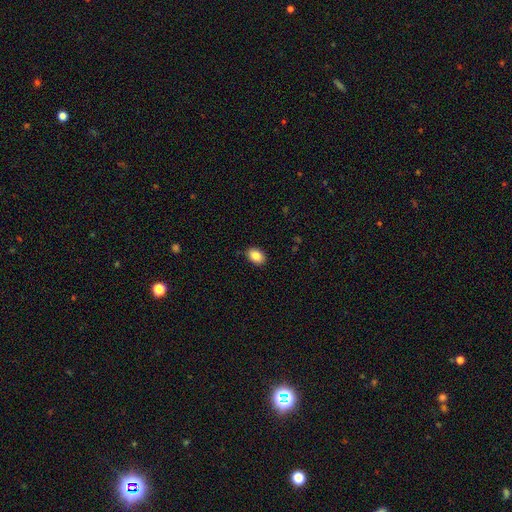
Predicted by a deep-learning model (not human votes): Q: Smooth or featured?
A: smooth (87%); runner-up: star or artifact (8%)
Q: How rounded?
A: in between (84%); runner-up: round (15%)
Q: Merging?
A: none (88%); runner-up: minor disturbance (9%)